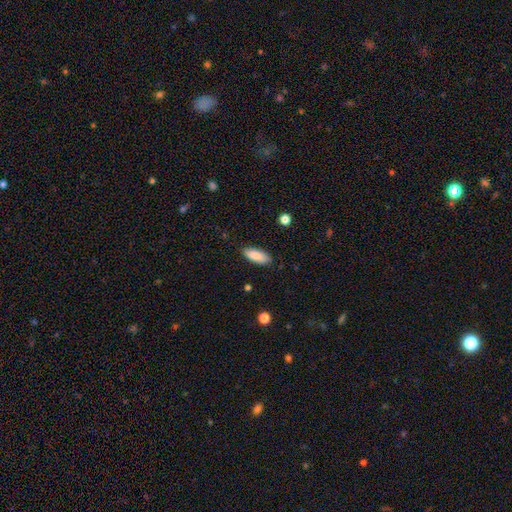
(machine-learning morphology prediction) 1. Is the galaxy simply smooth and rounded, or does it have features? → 88% smooth, 6% star or artifact, 6% featured or disk.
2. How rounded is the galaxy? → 80% in between, 19% cigar-shaped, 2% round.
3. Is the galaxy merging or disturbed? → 86% none, 10% minor disturbance, 2% major disturbance, 1% merger.